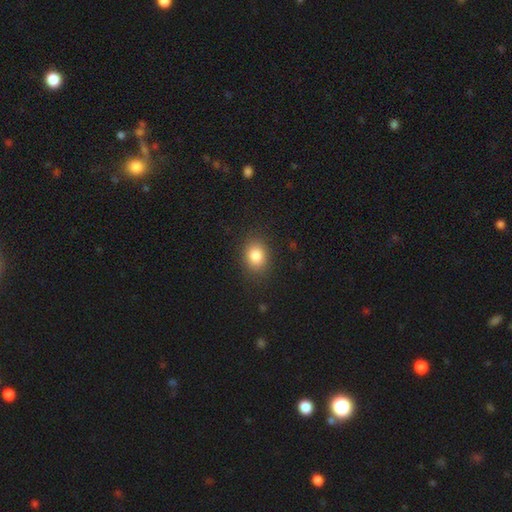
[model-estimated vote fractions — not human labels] A smooth galaxy with no disk features (84%) that is in between round and cigar-shaped (56%).

Vote fractions:
- Smooth or featured? smooth: 84% / star or artifact: 10% / featured or disk: 7%
- How rounded? in between: 56% / round: 43% / cigar-shaped: 1%
- Merging? none: 86% / minor disturbance: 10% / major disturbance: 3% / merger: 1%